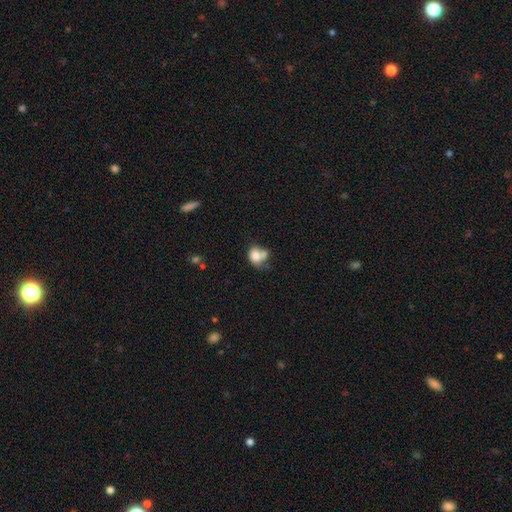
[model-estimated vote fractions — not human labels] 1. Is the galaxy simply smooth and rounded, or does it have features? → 74% smooth, 16% featured or disk, 9% star or artifact.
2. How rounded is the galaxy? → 53% round, 46% in between, 1% cigar-shaped.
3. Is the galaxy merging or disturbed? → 44% merger, 28% none, 17% minor disturbance, 11% major disturbance.